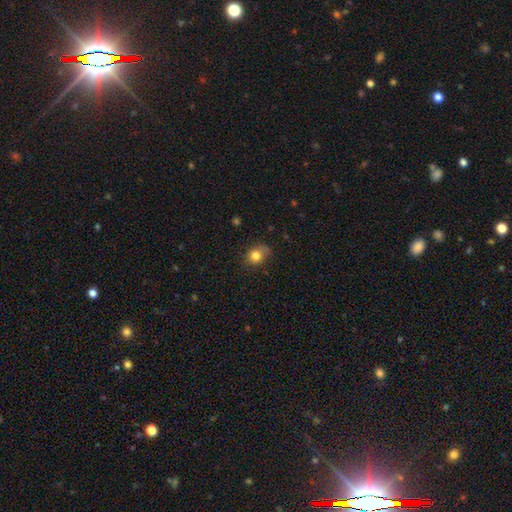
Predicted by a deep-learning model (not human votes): This appears to be a smooth galaxy with no disk features (81%) that is round (61%). Merging: none (63%).